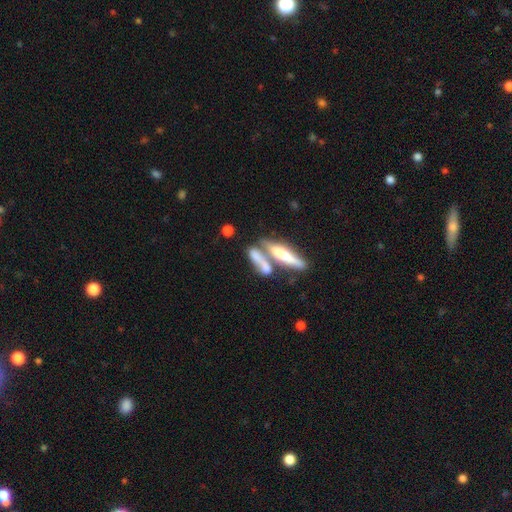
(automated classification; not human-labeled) A smooth galaxy with no disk features (55%) that is cigar-shaped (66%).

Vote fractions:
- Smooth or featured? smooth: 55% / featured or disk: 37% / star or artifact: 8%
- How rounded? cigar-shaped: 66% / in between: 31% / round: 4%
- Merging? merger: 55% / none: 27% / minor disturbance: 10% / major disturbance: 8%